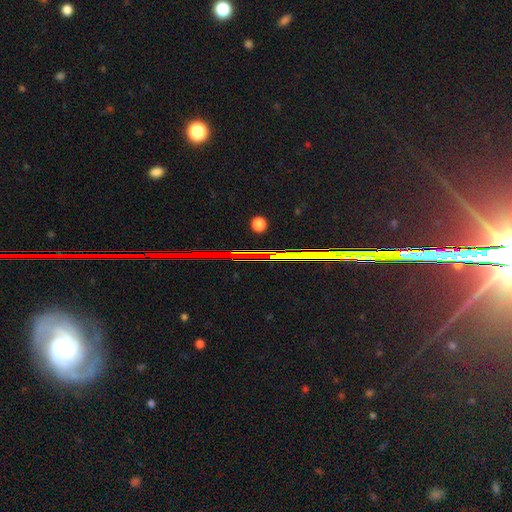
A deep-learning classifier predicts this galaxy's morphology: This is likely a star or artifact rather than a galaxy (65%).